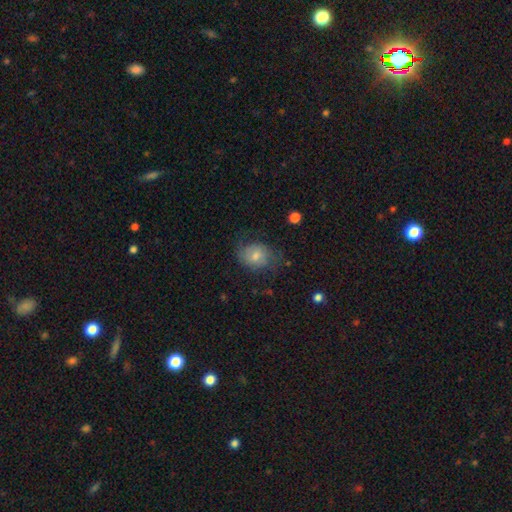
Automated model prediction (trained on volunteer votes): smooth 66%, featured or disk 26%, star or artifact 8%. Down the decision tree: how rounded — round (53%); merging — none (55%).